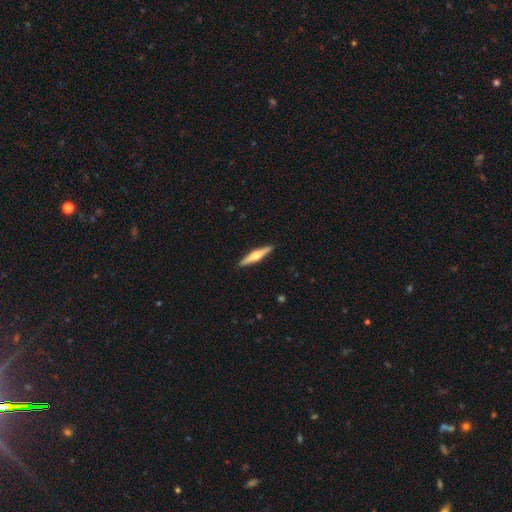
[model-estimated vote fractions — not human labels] Overall: featured or disk (63%; smooth 32%). Edge-on disk: yes (97%). Edge-on bulge: rounded (93%). Merging: none (92%).